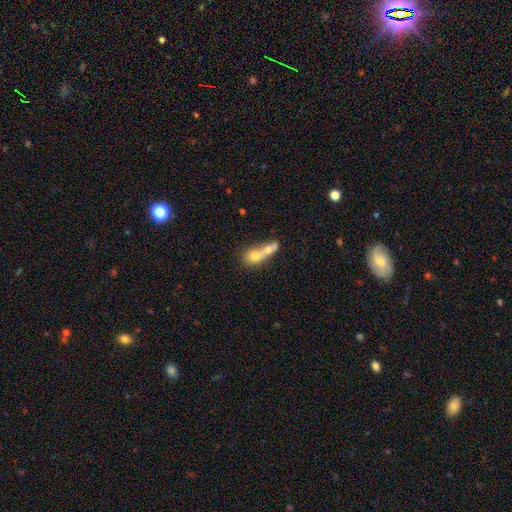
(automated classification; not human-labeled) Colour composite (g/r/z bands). It shows a smooth galaxy with no disk features (63%) that is round (40%). Merging: merger (67%).